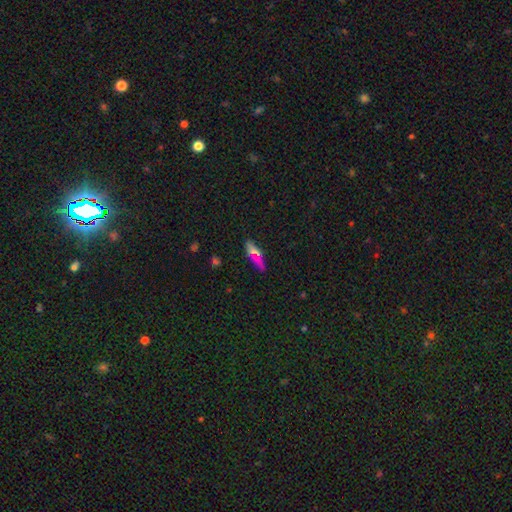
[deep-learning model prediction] Smooth or featured?
  - smooth: 63% *
  - featured or disk: 22%
  - star or artifact: 16%
How rounded?
  - cigar-shaped: 59% *
  - in between: 37%
  - round: 5%
Merging?
  - none: 83% *
  - minor disturbance: 12%
  - major disturbance: 3%
  - merger: 3%